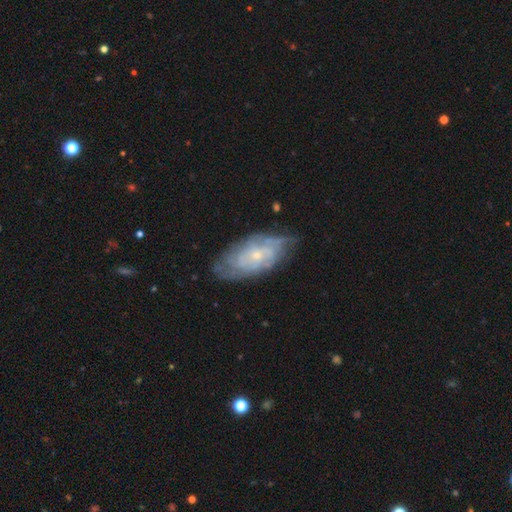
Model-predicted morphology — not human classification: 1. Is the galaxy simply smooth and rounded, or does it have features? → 70% featured or disk, 19% smooth, 10% star or artifact.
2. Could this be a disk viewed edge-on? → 90% no, 10% yes.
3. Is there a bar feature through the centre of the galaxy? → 71% no, 24% weak, 5% strong.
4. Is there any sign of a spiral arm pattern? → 88% yes, 12% no.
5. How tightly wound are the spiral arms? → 67% tight, 26% medium, 7% loose.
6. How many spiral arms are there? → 51% can't tell, 18% 2, 11% 3, 9% 4, 6% more than 4, 5% 1.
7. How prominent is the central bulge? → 72% small, 23% moderate, 3% none, 1% large, 1% dominant.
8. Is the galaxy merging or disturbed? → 77% none, 17% minor disturbance, 5% major disturbance, 1% merger.